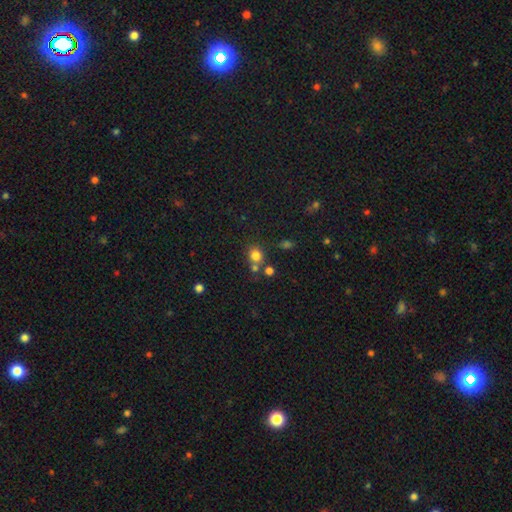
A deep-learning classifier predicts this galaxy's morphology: The model was most divided on "merging": none: 63%, merger: 22%, minor disturbance: 10%, major disturbance: 4%. More confident: how rounded — round (80%); smooth or featured — smooth (79%).